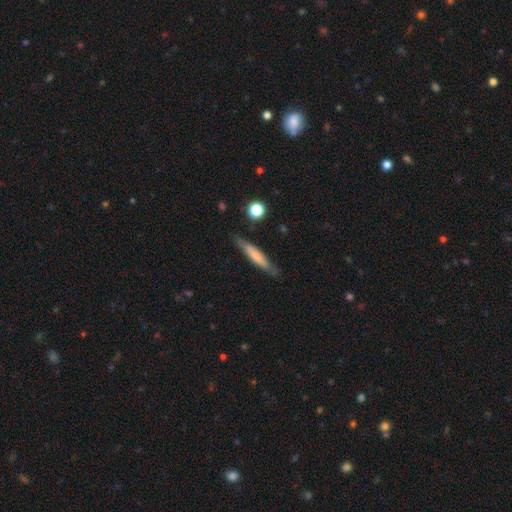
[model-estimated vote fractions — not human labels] Smooth or featured?
  - smooth: 60% *
  - featured or disk: 33%
  - star or artifact: 6%
How rounded?
  - cigar-shaped: 90% *
  - in between: 8%
  - round: 1%
Merging?
  - none: 81% *
  - minor disturbance: 14%
  - major disturbance: 3%
  - merger: 2%